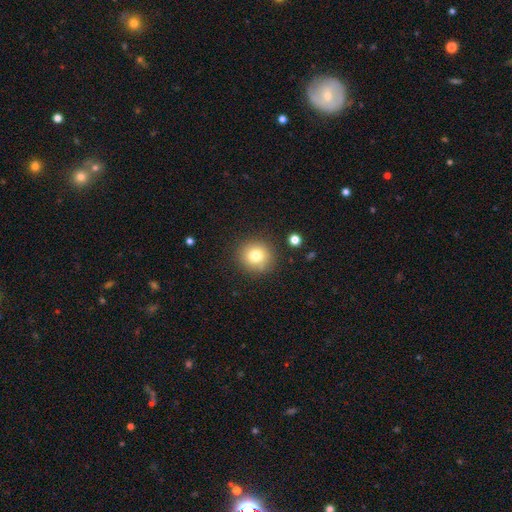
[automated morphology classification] Q: Smooth or featured?
A: smooth (78%); runner-up: star or artifact (12%)
Q: How rounded?
A: round (90%); runner-up: in between (9%)
Q: Merging?
A: none (87%); runner-up: minor disturbance (8%)